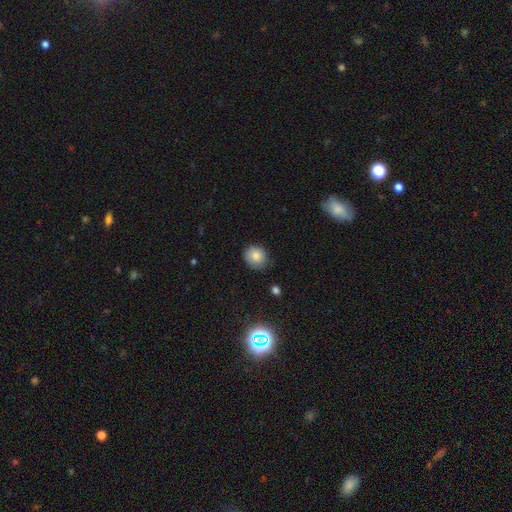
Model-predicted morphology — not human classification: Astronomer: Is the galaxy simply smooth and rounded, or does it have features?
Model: smooth — 83%.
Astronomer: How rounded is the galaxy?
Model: round — 77%.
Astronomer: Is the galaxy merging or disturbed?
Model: none — 79%.